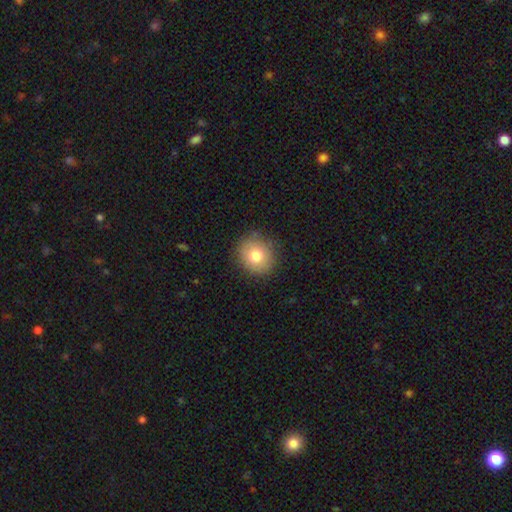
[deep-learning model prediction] A smooth galaxy with no disk features (77%) that is round (84%).

Vote fractions:
- Smooth or featured? smooth: 77% / featured or disk: 13% / star or artifact: 10%
- How rounded? round: 84% / in between: 15% / cigar-shaped: 1%
- Merging? none: 87% / minor disturbance: 9% / major disturbance: 3% / merger: 1%